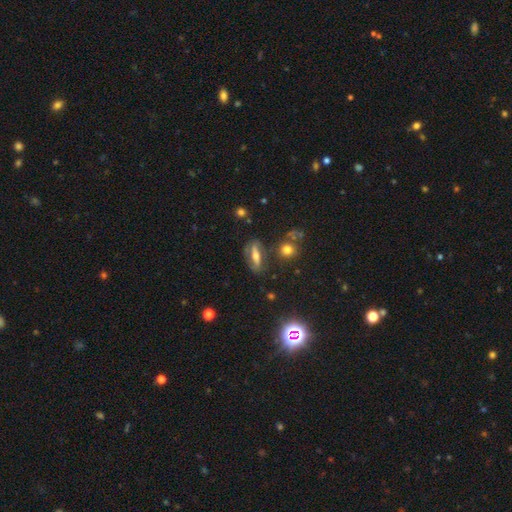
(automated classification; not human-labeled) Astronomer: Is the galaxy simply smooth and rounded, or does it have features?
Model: featured or disk — 47% (runner-up: smooth, 41%).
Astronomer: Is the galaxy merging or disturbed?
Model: none — 66%.